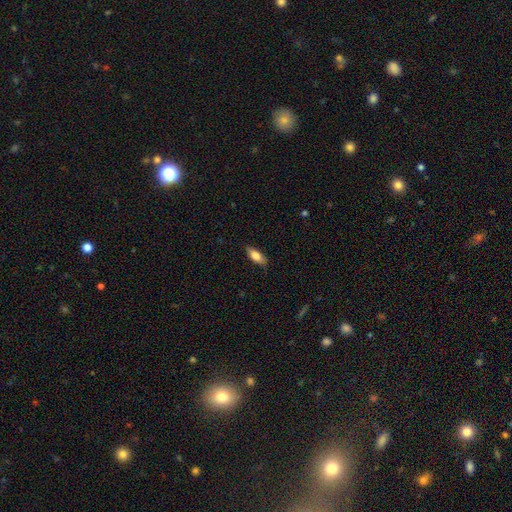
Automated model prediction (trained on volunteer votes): A smooth galaxy with no disk features (77%) that is in between round and cigar-shaped (76%). Merging: none (80%).